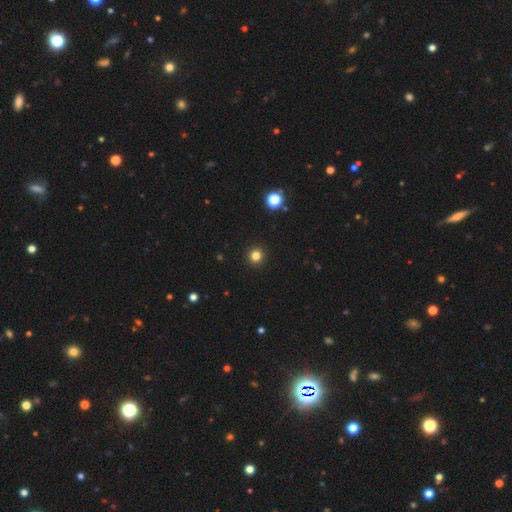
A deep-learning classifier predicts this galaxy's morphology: smooth-or-featured: smooth: 82% | star or artifact: 14% | featured or disk: 4%
  how-rounded: round: 95% | in between: 4% | cigar-shaped: 1%
  merging: none: 94% | minor disturbance: 4% | major disturbance: 1% | merger: 1%